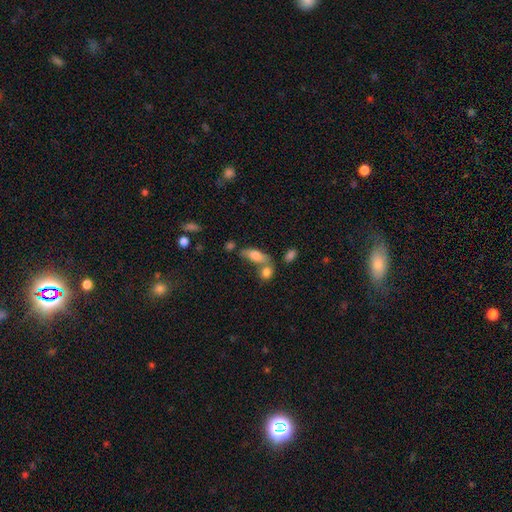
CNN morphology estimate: Smooth or featured: smooth — 73% (featured or disk — 18%)
How rounded: in between — 73% (cigar-shaped — 22%)
Merging: none — 43% (merger — 34%)